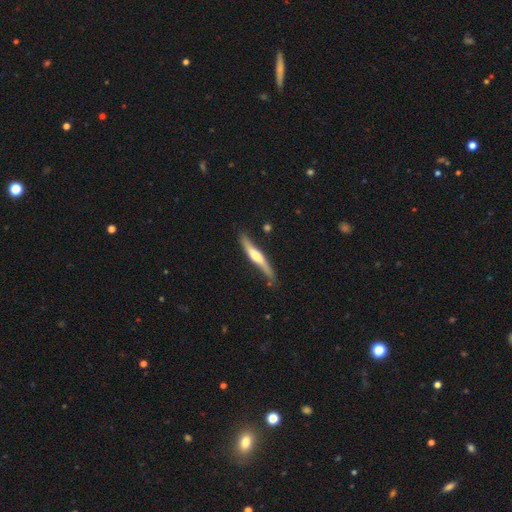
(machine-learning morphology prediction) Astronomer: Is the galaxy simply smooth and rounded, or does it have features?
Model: featured or disk — 60% (runner-up: smooth, 36%).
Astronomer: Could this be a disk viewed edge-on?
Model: yes — 93%.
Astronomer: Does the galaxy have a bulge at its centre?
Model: rounded — 80%.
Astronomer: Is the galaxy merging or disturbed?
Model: none — 76%.